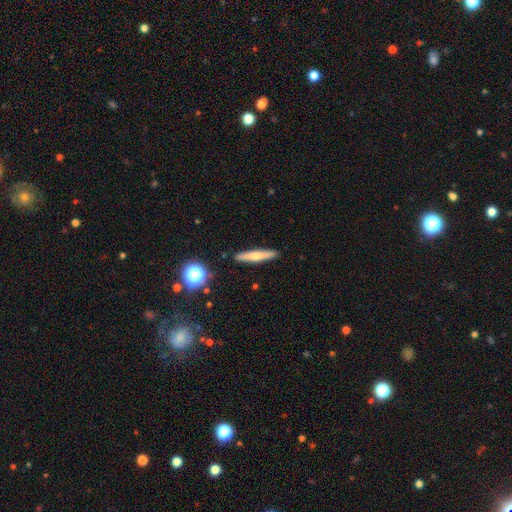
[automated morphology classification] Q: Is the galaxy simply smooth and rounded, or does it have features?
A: smooth — 53%.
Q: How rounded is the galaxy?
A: cigar-shaped — 91%.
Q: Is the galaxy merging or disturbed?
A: none — 90%.